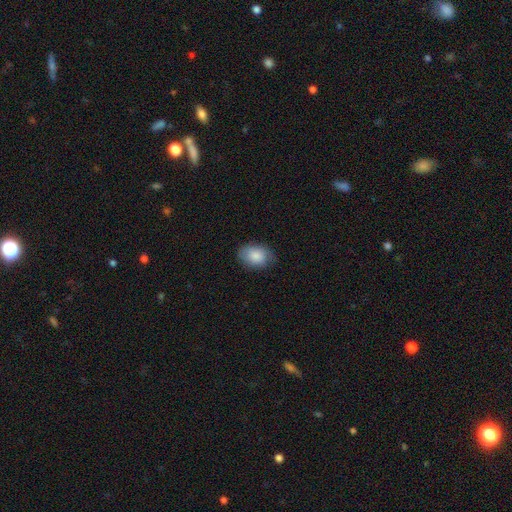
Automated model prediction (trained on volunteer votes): smooth_or_featured: smooth (p=0.86) [alt: featured or disk p=0.08]
how_rounded: in between (p=0.81) [alt: round p=0.18]
merging: none (p=0.77) [alt: minor disturbance p=0.19]